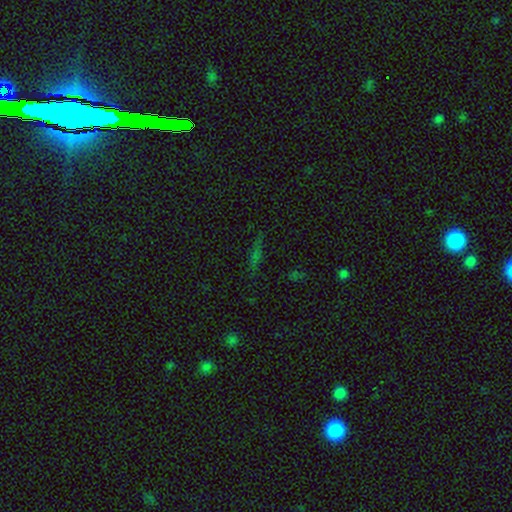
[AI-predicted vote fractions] Q: Smooth or featured?
A: star or artifact (47%); runner-up: smooth (33%)